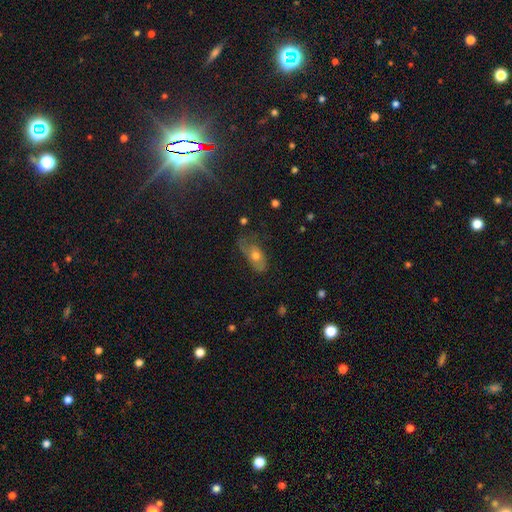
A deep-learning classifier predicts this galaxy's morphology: smooth-or-featured: featured or disk: 45% | smooth: 41% | star or artifact: 14%
  merging: none: 52% | minor disturbance: 27% | major disturbance: 19% | merger: 2%